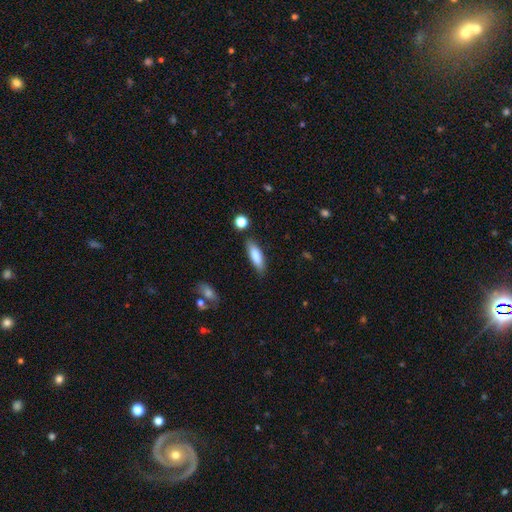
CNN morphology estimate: Q: Smooth or featured?
A: smooth (82%); runner-up: featured or disk (12%)
Q: How rounded?
A: in between (50%); runner-up: cigar-shaped (49%)
Q: Merging?
A: none (83%); runner-up: minor disturbance (12%)